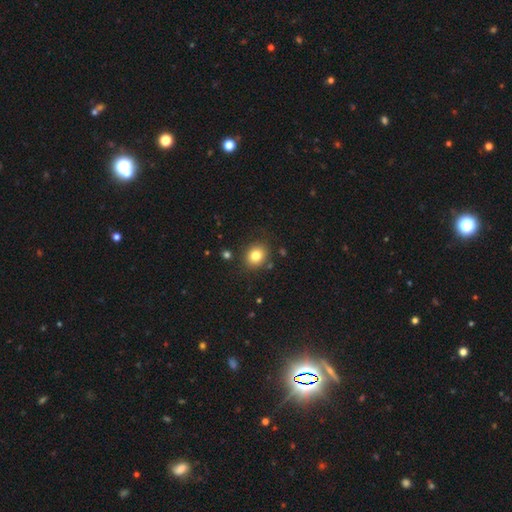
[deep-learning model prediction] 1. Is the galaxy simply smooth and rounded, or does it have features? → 81% smooth, 11% star or artifact, 8% featured or disk.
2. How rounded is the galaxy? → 65% round, 34% in between, 1% cigar-shaped.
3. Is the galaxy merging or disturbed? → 85% none, 10% minor disturbance, 3% merger, 3% major disturbance.